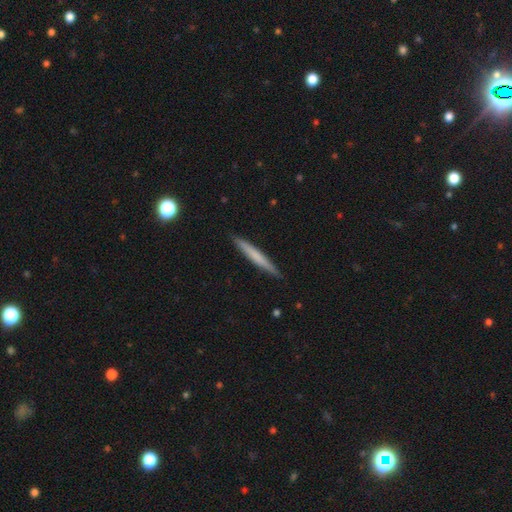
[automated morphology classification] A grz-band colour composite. It shows a smooth galaxy with no disk features (61%) that is cigar-shaped (96%). Merging: none (90%).